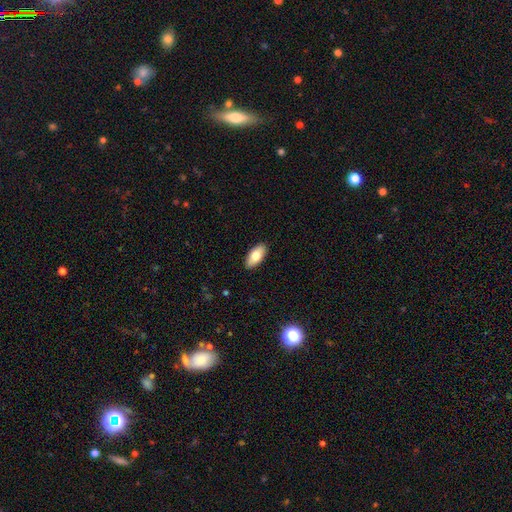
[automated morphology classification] This appears to be a smooth galaxy with no disk features (80%) that is in between round and cigar-shaped (92%). Merging: none (90%).